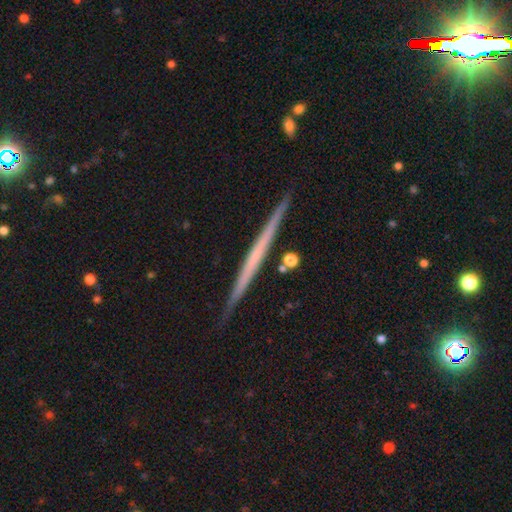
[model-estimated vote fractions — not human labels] A featured or disk galaxy (62%) viewed edge-on (98%) with no central bulge (90%).

Vote fractions:
- Smooth or featured? featured or disk: 62% / smooth: 32% / star or artifact: 6%
- Edge-on disk? yes: 98% / no: 2%
- Edge-on bulge? none: 90% / rounded: 6% / boxy: 3%
- Merging? none: 90% / minor disturbance: 7% / merger: 2% / major disturbance: 1%